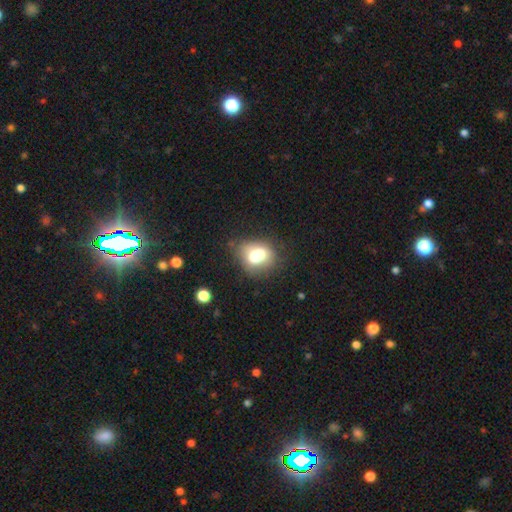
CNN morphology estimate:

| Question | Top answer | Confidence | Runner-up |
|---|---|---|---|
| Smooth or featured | smooth | 70% | featured or disk (18%) |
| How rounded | in between | 64% | round (34%) |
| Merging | none | 61% | minor disturbance (22%) |